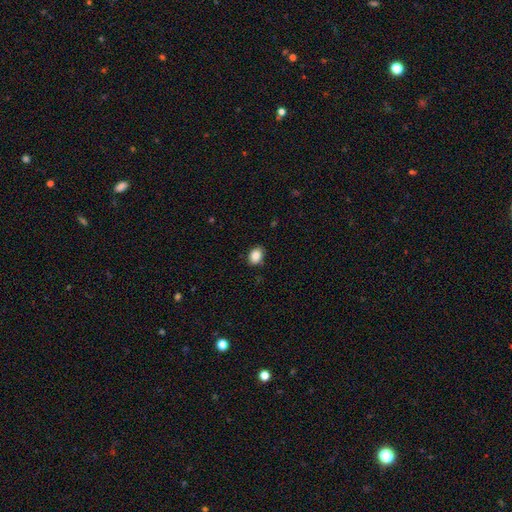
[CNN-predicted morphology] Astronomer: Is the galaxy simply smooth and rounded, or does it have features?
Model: smooth — 87%.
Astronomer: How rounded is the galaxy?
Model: in between — 63%.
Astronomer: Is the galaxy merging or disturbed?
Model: none — 83%.